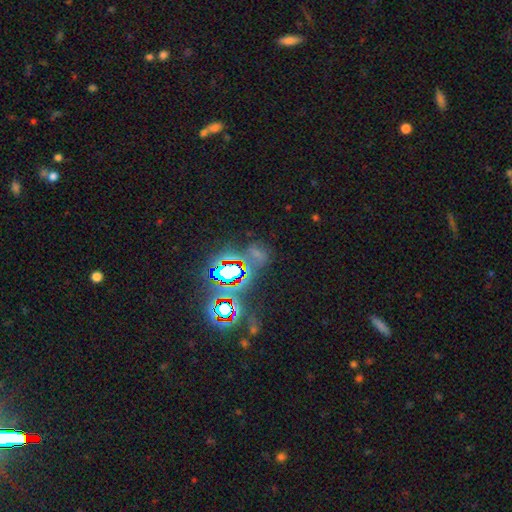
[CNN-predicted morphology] A star or artifact, not a galaxy (62%).